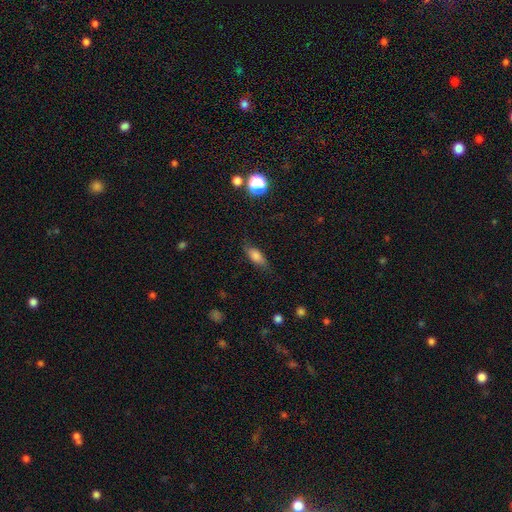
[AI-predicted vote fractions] smooth_or_featured: smooth (p=0.70) [alt: featured or disk p=0.20]
how_rounded: in between (p=0.72) [alt: cigar-shaped p=0.22]
merging: none (p=0.73) [alt: minor disturbance p=0.20]